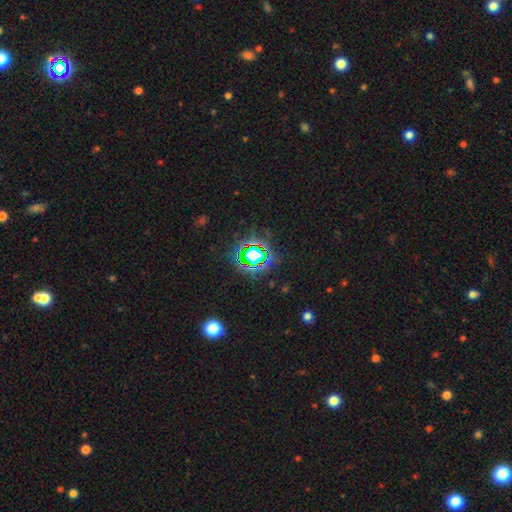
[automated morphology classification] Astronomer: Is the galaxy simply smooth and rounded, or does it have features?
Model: star or artifact — 72%.